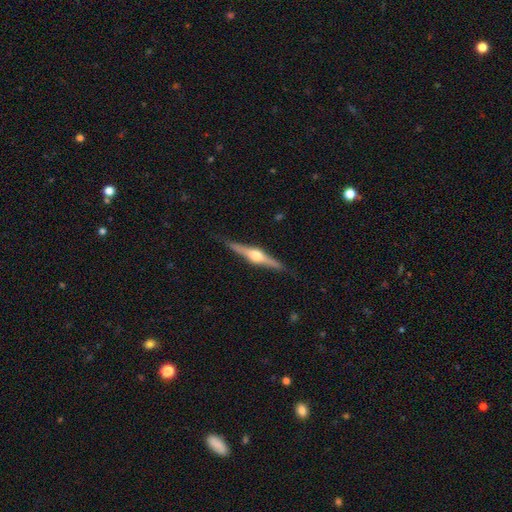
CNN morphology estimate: A featured or disk galaxy (78%) viewed edge-on (98%) with a rounded central bulge (94%).

Vote fractions:
- Smooth or featured? featured or disk: 78% / smooth: 17% / star or artifact: 5%
- Edge-on disk? yes: 98% / no: 2%
- Edge-on bulge? rounded: 94% / boxy: 4% / none: 2%
- Merging? none: 88% / minor disturbance: 9% / major disturbance: 2% / merger: 1%